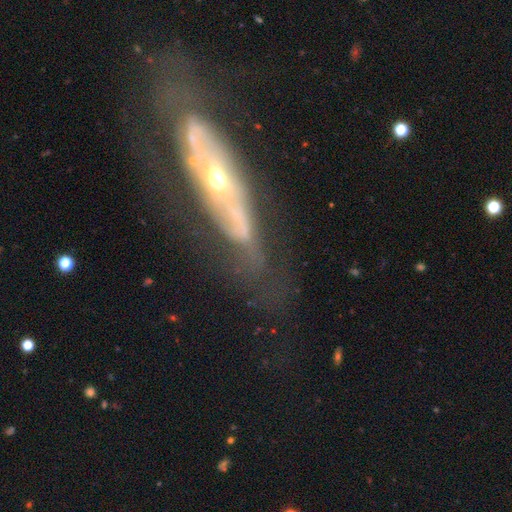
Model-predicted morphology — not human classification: Q: Smooth or featured?
A: featured or disk (73%); runner-up: smooth (18%)
Q: Edge-on disk?
A: no (67%); runner-up: yes (33%)
Q: Merging?
A: none (50%); runner-up: minor disturbance (22%)